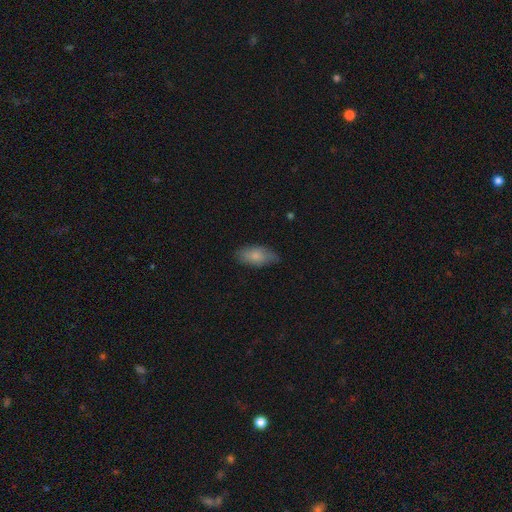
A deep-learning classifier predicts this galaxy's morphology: smooth_or_featured: smooth (p=0.78) [alt: featured or disk p=0.15]
how_rounded: in between (p=0.90) [alt: cigar-shaped p=0.07]
merging: none (p=0.70) [alt: minor disturbance p=0.24]